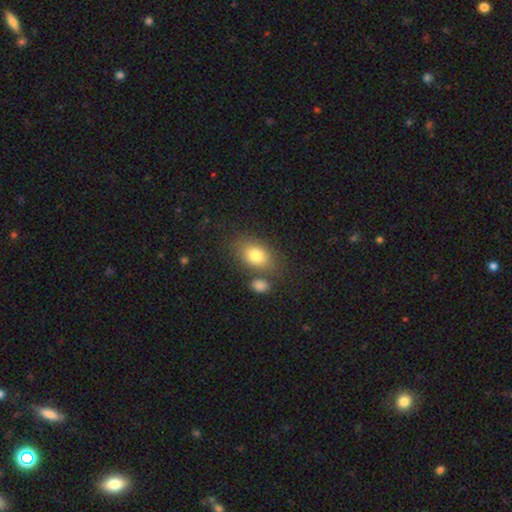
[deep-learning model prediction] The model was most divided on "merging": none: 67%, merger: 15%, minor disturbance: 13%, major disturbance: 5%. More confident: how rounded — in between (81%); smooth or featured — smooth (80%).